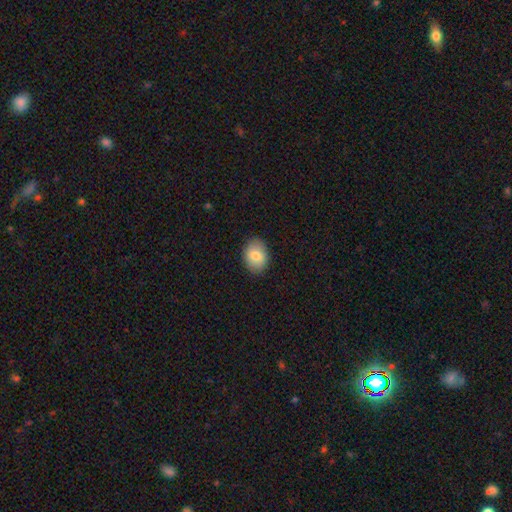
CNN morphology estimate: type=smooth (79%); roundness=in between (69%); merging=none (87%).